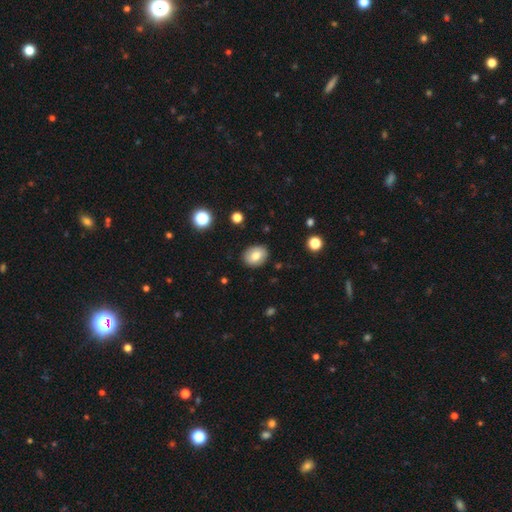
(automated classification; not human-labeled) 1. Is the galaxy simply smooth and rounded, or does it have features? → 80% smooth, 11% featured or disk, 9% star or artifact.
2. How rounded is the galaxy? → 56% in between, 43% round, 1% cigar-shaped.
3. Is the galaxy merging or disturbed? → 88% none, 9% minor disturbance, 2% major disturbance, 1% merger.